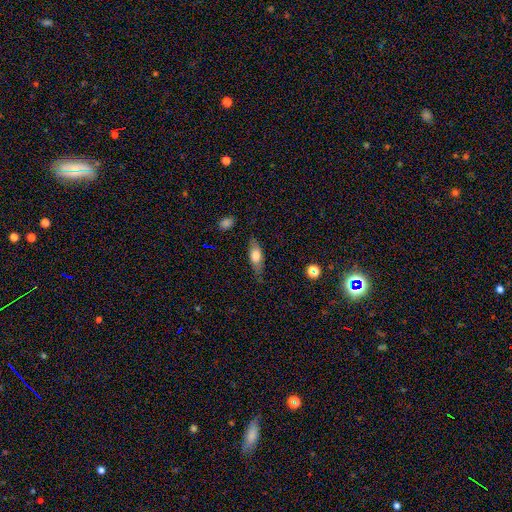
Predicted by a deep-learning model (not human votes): A smooth galaxy with no disk features (66%) that is in between round and cigar-shaped (66%).

Vote fractions:
- Smooth or featured? smooth: 66% / featured or disk: 27% / star or artifact: 7%
- How rounded? in between: 66% / cigar-shaped: 30% / round: 4%
- Merging? none: 77% / minor disturbance: 17% / major disturbance: 4% / merger: 2%